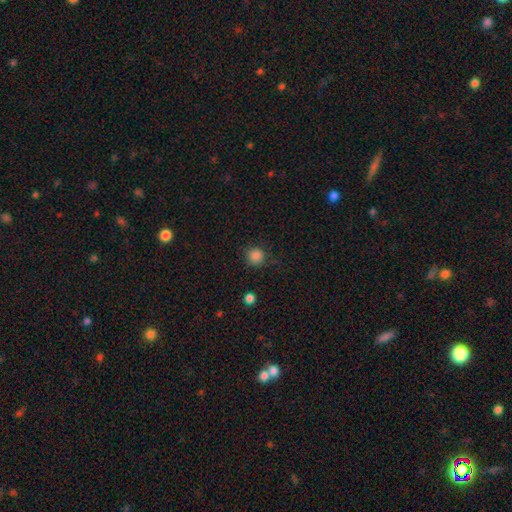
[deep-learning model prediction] Morphology: type=smooth (85%); roundness=round (93%); merging=none (82%).